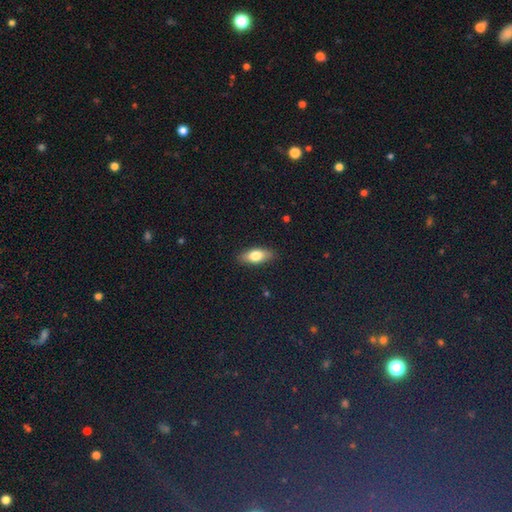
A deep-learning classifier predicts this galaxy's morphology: This appears to be a smooth galaxy with no disk features (74%) that is in between round and cigar-shaped (78%). Merging: none (87%).